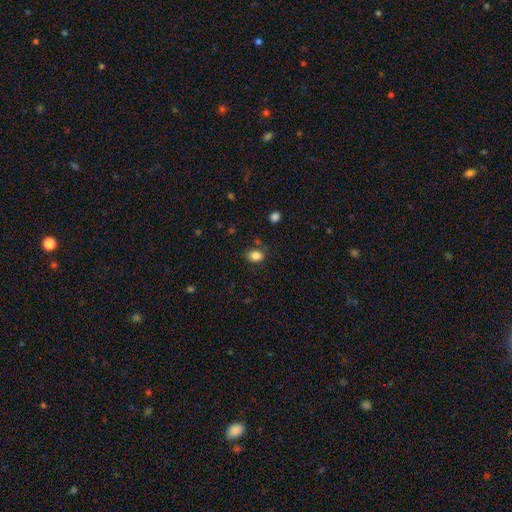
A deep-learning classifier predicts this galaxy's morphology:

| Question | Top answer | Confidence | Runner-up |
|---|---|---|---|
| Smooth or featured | smooth | 84% | star or artifact (10%) |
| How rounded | in between | 71% | round (28%) |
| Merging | none | 76% | minor disturbance (16%) |